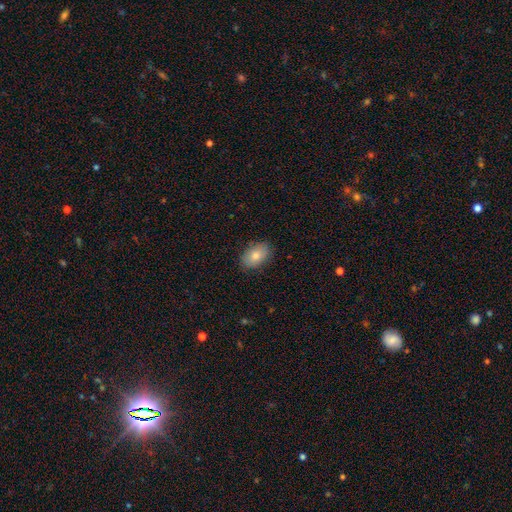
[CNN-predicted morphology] This appears to be a smooth galaxy with no disk features (82%) that is in between round and cigar-shaped (89%). Merging: none (86%).